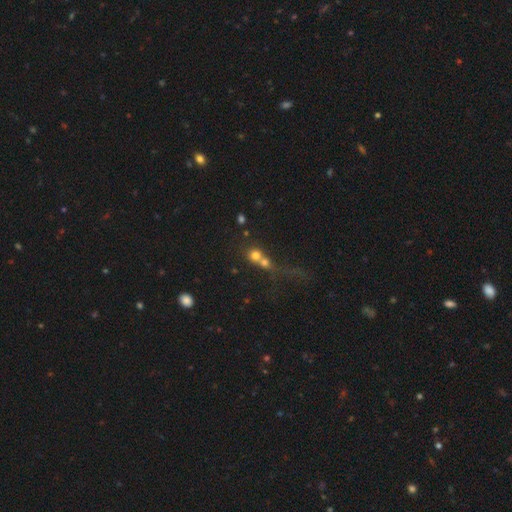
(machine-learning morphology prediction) This is likely a smooth galaxy (66%). How rounded: clearly round (81%). Merging: likely merger (64%).